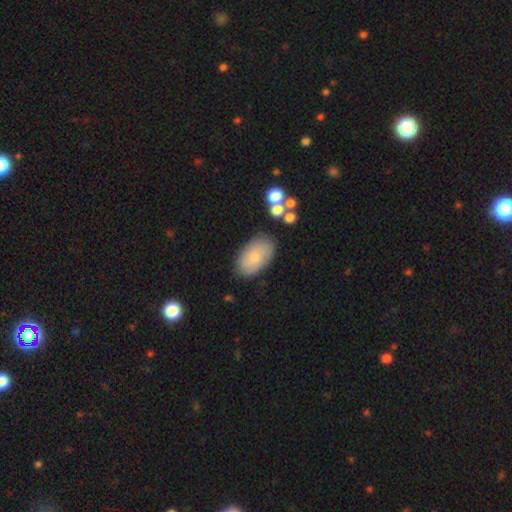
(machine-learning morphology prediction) Overall: smooth (69%). How rounded: in between (93%). Merging: none (77%).